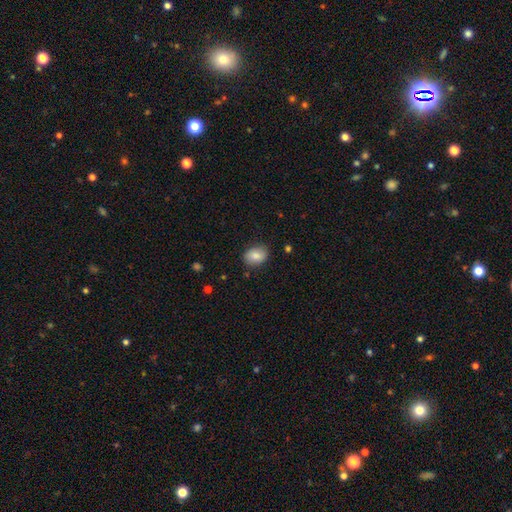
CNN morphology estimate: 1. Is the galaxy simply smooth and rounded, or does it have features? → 82% smooth, 10% featured or disk, 8% star or artifact.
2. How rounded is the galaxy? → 69% in between, 30% round, 1% cigar-shaped.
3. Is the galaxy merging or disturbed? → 82% none, 14% minor disturbance, 3% major disturbance, 1% merger.